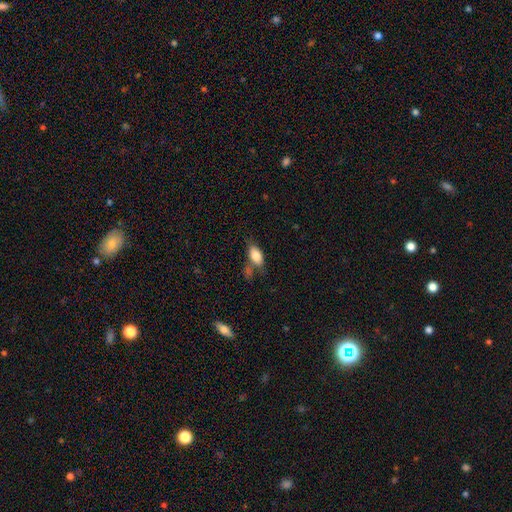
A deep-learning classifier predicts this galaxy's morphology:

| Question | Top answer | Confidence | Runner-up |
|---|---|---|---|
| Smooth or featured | smooth | 81% | featured or disk (12%) |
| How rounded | in between | 88% | cigar-shaped (7%) |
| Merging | none | 49% | minor disturbance (21%) |